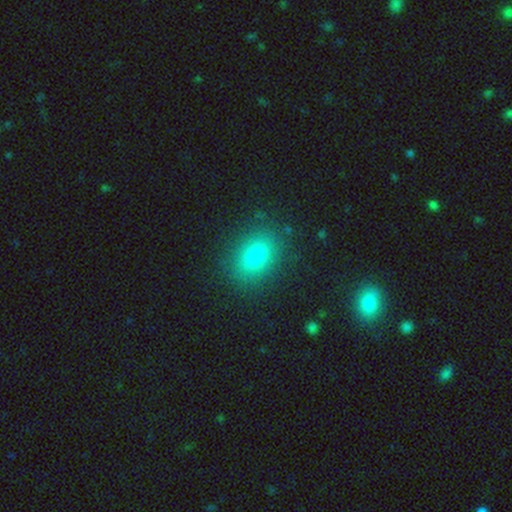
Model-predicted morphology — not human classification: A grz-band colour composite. It shows a smooth galaxy with no disk features (74%) that is in between round and cigar-shaped (64%). Merging: none (86%).